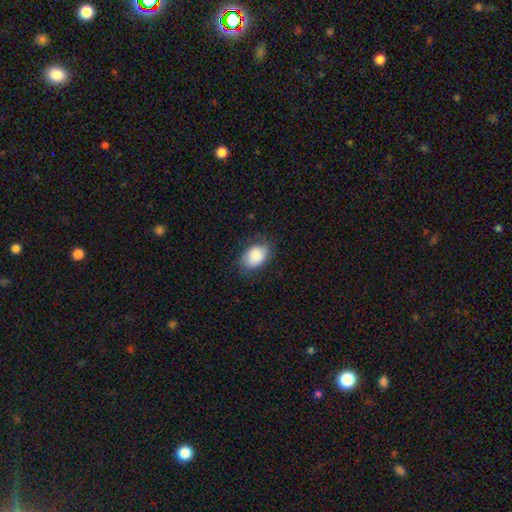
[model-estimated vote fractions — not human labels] Overall: smooth (87%). How rounded: in between (83%). Merging: none (75%).